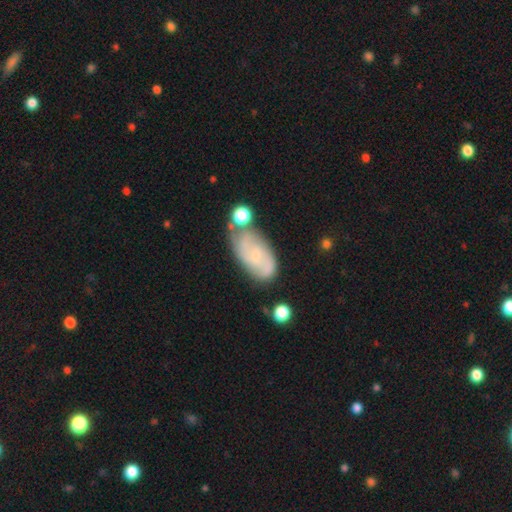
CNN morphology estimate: This is likely a featured or disk galaxy (63%). It is clearly not viewed edge-on (95%). Bar: possibly no (57%). Spiral arm pattern: clearly yes (87%). Spiral arm count: possibly 2 (58%). Spiral winding: marginally tight (42%). Central bulge: likely small (69%). Merging: possibly none (53%).